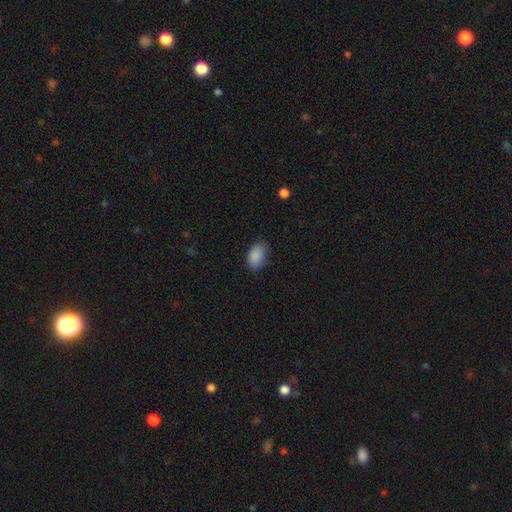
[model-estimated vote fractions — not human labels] smooth 89%, star or artifact 8%, featured or disk 3%. Down the decision tree: how rounded — in between (87%); merging — none (78%).